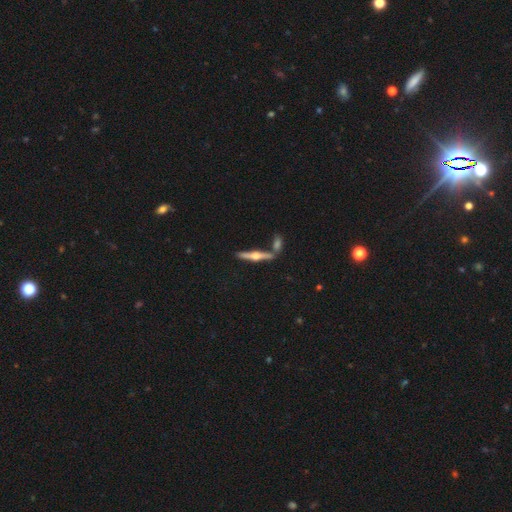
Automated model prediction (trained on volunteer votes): Overall: featured or disk (73%). Edge-on disk: yes (97%). Edge-on bulge: rounded (95%). Merging: none (73%).